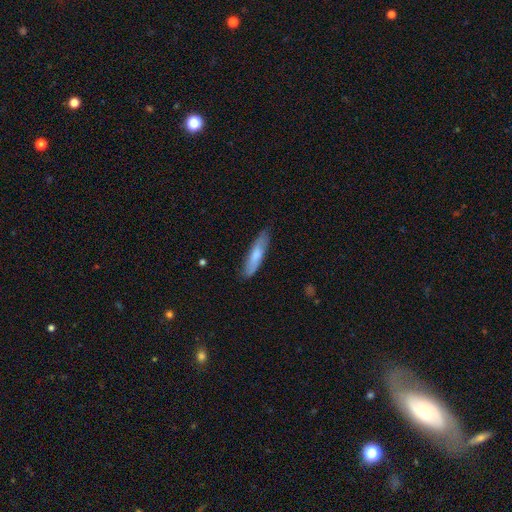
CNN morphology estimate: Overall: smooth (68%). How rounded: cigar-shaped (78%). Merging: none (80%).